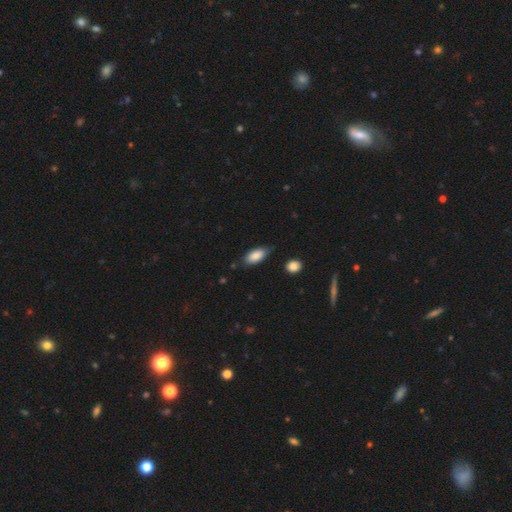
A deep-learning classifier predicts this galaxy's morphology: smooth 87%, featured or disk 7%, star or artifact 6%. Down the decision tree: how rounded — in between (88%); merging — none (74%).